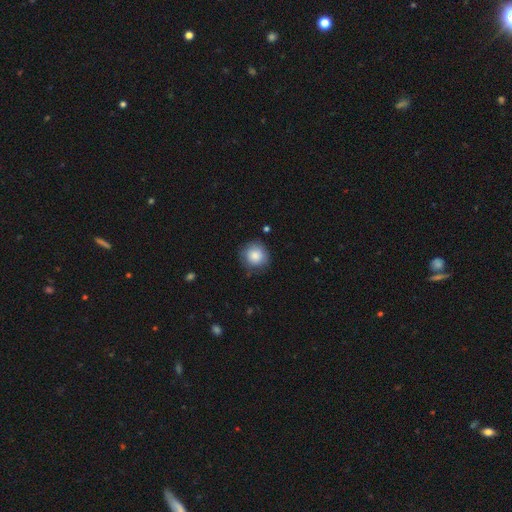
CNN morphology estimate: A smooth galaxy with no disk features (83%) that is round (91%). Merging: none (78%).